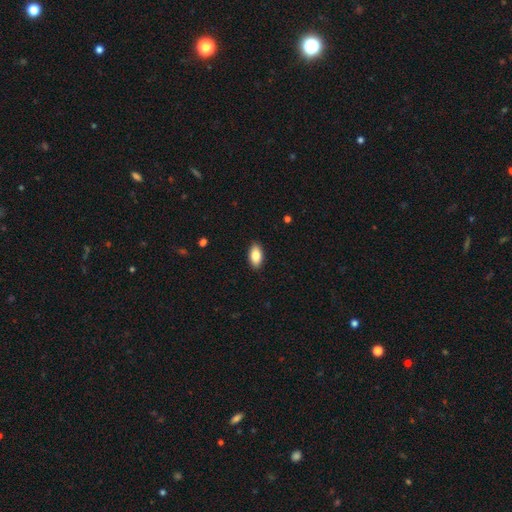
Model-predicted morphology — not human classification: Smooth or featured? smooth (85%)
How rounded? in between (93%)
Merging? none (90%)